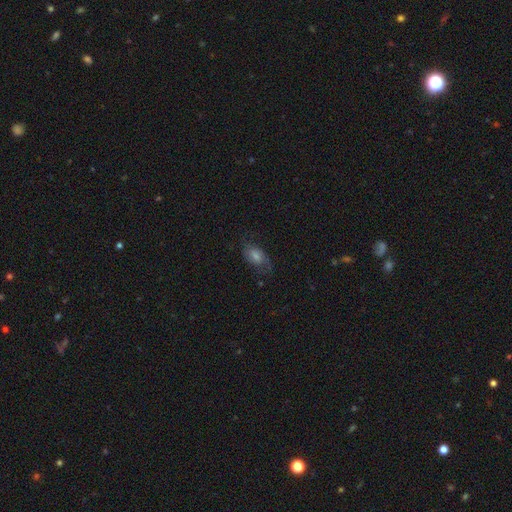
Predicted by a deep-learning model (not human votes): A featured or disk galaxy (46%). Merging: none (67%).